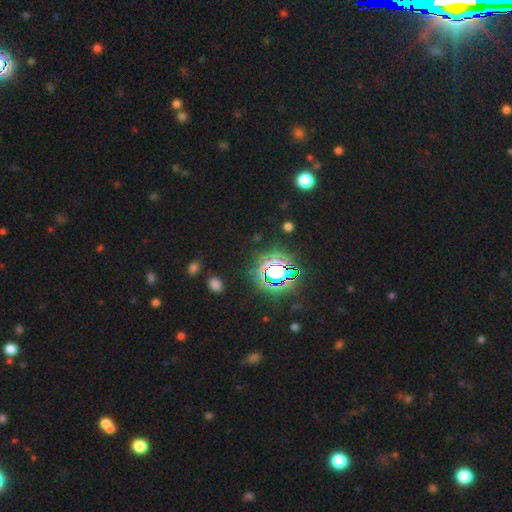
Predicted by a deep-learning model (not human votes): star or artifact 82%, smooth 12%, featured or disk 7%.